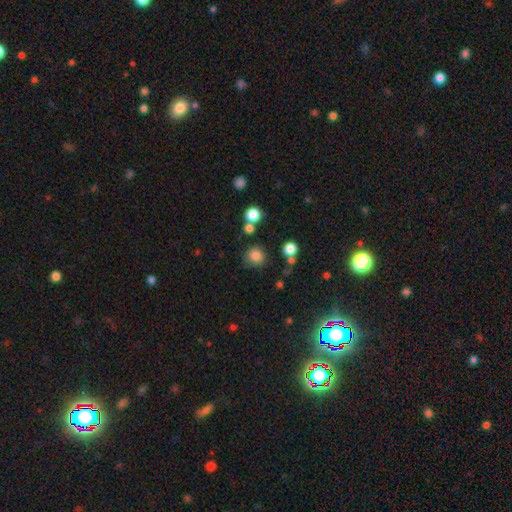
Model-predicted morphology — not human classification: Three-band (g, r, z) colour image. It shows a smooth galaxy with no disk features (81%) that is round (90%). Merging: none (78%).